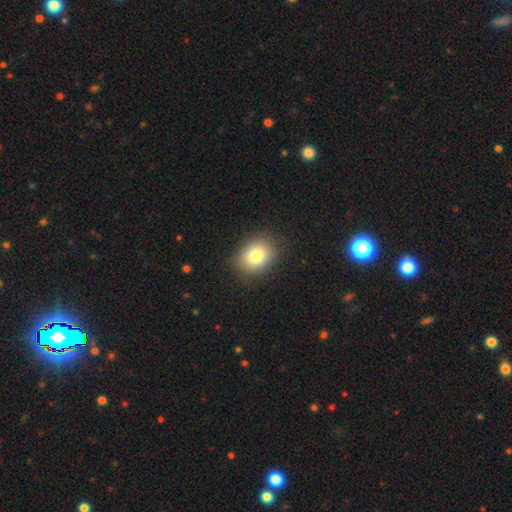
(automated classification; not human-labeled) smooth_or_featured: smooth (p=0.80) [alt: star or artifact p=0.10]
how_rounded: in between (p=0.53) [alt: round p=0.46]
merging: none (p=0.87) [alt: minor disturbance p=0.09]